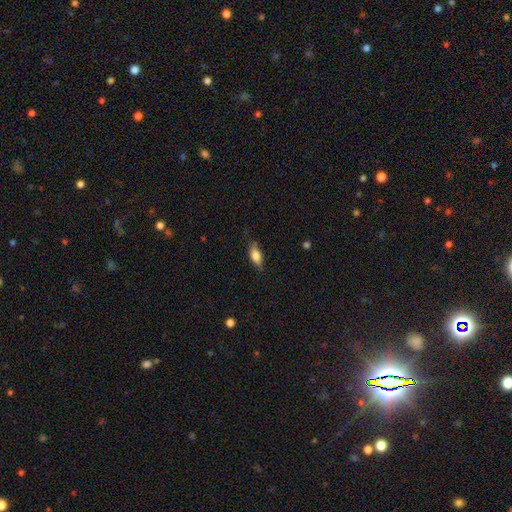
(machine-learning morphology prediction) Overall: smooth (70%). How rounded: in between (73%). Merging: none (76%).